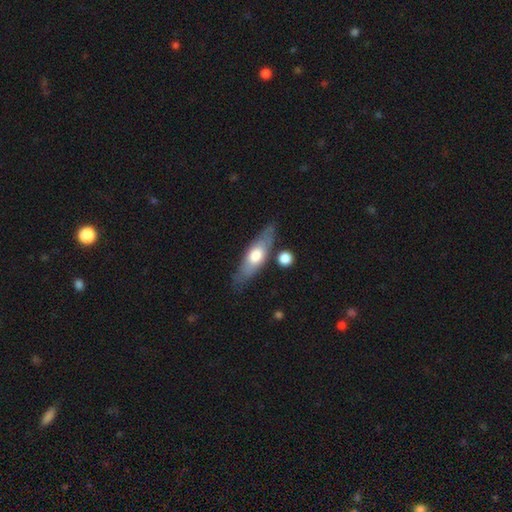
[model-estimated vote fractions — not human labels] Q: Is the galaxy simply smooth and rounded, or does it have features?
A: smooth — 51%.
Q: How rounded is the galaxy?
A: cigar-shaped — 52%.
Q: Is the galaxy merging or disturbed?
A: none — 75%.